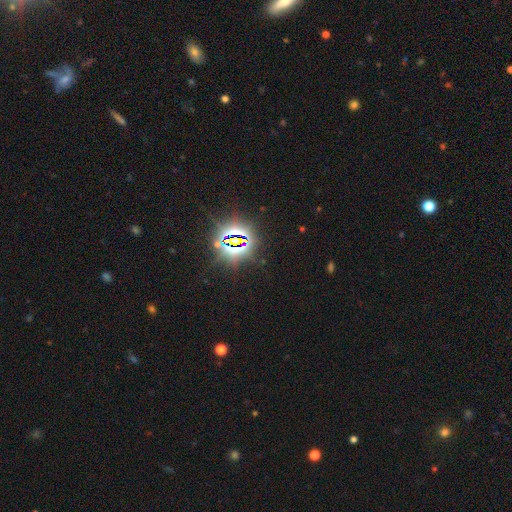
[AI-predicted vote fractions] Smooth or featured: star or artifact — 83% (smooth — 10%)